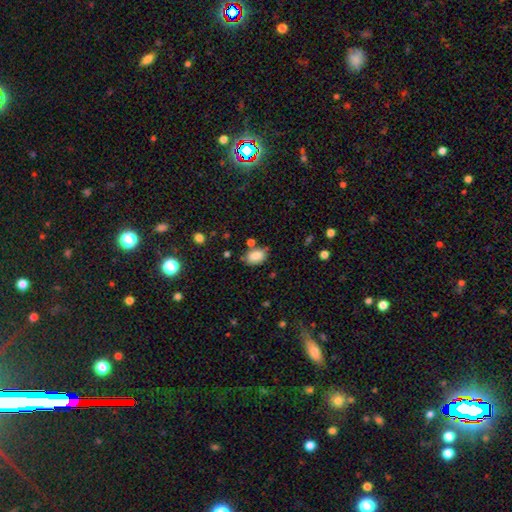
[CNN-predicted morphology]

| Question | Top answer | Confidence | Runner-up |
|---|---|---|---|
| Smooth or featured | smooth | 83% | featured or disk (9%) |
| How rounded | in between | 85% | round (14%) |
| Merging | none | 73% | minor disturbance (16%) |